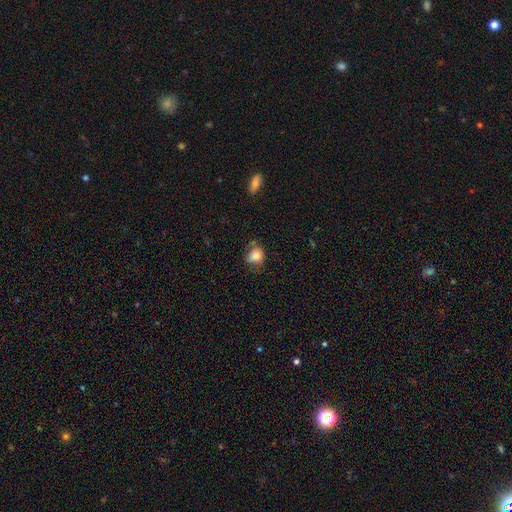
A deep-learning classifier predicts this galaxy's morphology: smooth-or-featured: smooth: 83% | star or artifact: 9% | featured or disk: 8%
  how-rounded: round: 50% | in between: 48% | cigar-shaped: 1%
  merging: none: 53% | minor disturbance: 31% | major disturbance: 11% | merger: 4%